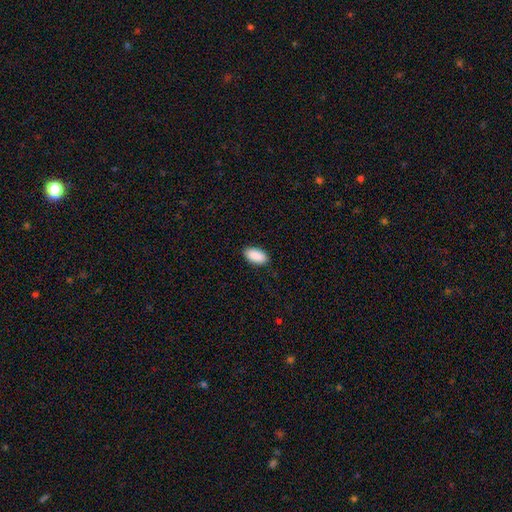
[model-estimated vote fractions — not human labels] smooth 91%, star or artifact 6%, featured or disk 3%. Down the decision tree: how rounded — in between (94%); merging — none (90%).